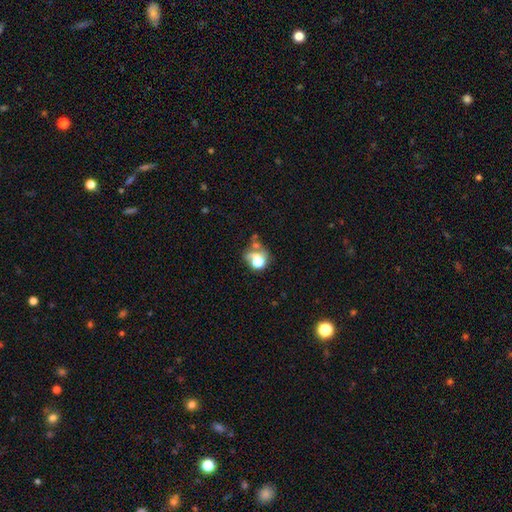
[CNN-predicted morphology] This appears to be a smooth galaxy with no disk features (56%) that is round (69%). Merging: none (35%).